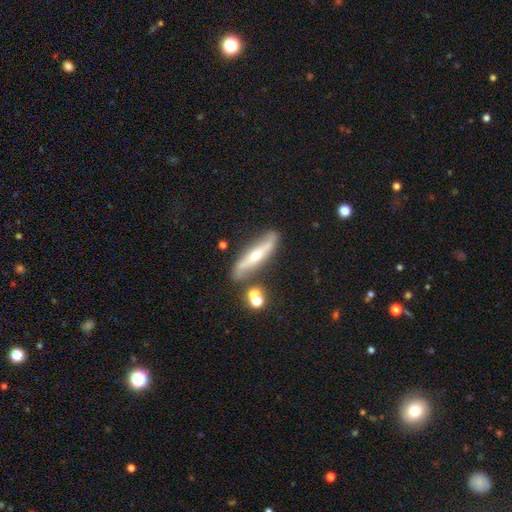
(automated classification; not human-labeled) Smooth or featured? Predicted: featured or disk (p=0.64). Edge-on disk? Predicted: yes (p=0.63). Merging? Predicted: none (p=0.73).